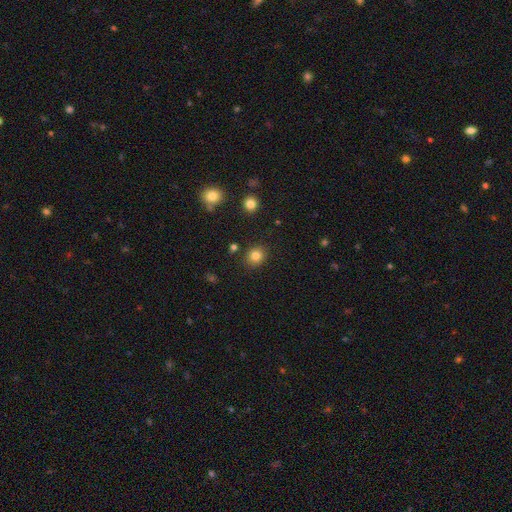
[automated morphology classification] Smooth or featured: smooth — 82% (star or artifact — 12%)
How rounded: round — 75% (in between — 25%)
Merging: none — 87% (minor disturbance — 8%)